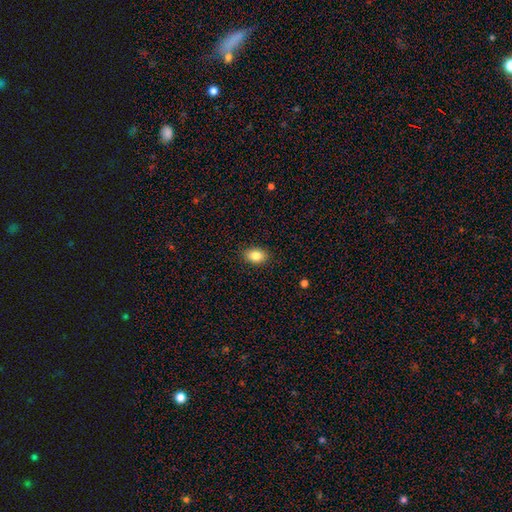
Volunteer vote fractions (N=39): Volunteers were most divided on "how rounded": in between: 71%, round: 26%, cigar-shaped: 3%. More confident: merging — none (97%); smooth or featured — smooth (87%).